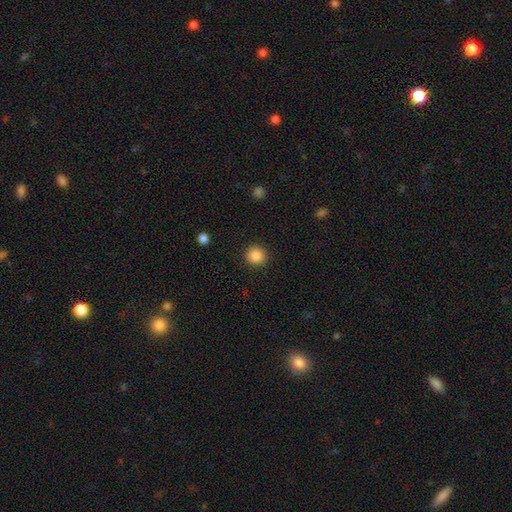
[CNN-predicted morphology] A smooth galaxy with no disk features (87%) that is round (92%).

Vote fractions:
- Smooth or featured? smooth: 87% / star or artifact: 10% / featured or disk: 3%
- How rounded? round: 92% / in between: 7% / cigar-shaped: 1%
- Merging? none: 91% / minor disturbance: 5% / major disturbance: 2% / merger: 1%